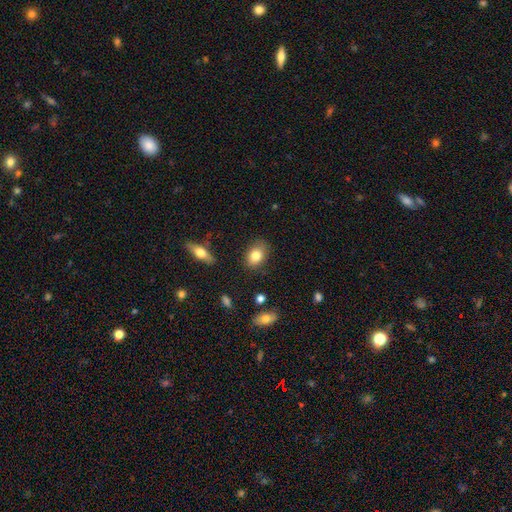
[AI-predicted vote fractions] A smooth galaxy with no disk features (81%) that is in between round and cigar-shaped (72%). Merging: none (82%).